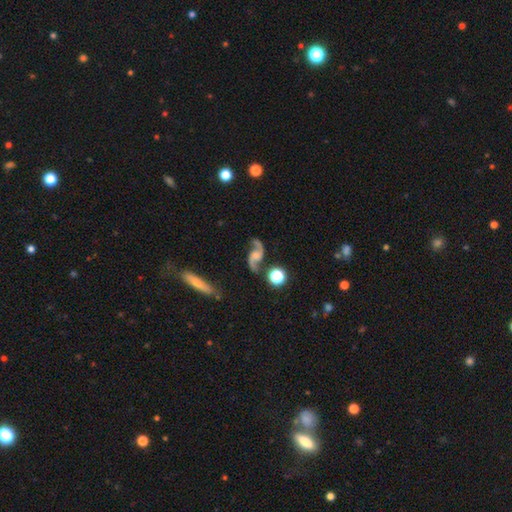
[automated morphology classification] Smooth or featured?
  - featured or disk: 89% *
  - star or artifact: 6%
  - smooth: 5%
Edge-on disk?
  - no: 96% *
  - yes: 4%
Bar?
  - no: 58% *
  - weak: 34%
  - strong: 8%
Spiral arms?
  - yes: 97% *
  - no: 3%
Spiral winding?
  - loose: 73% *
  - medium: 23%
  - tight: 4%
Spiral arm count?
  - 2: 94% *
  - can't tell: 1%
  - 1: 1%
  - 3: 1%
  - 4: 1%
  - more than 4: 1%
Bulge size?
  - none: 29% * (tied)
  - moderate: 29% * (tied)
  - small: 29% * (tied)
  - large: 10%
  - dominant: 2%
Merging?
  - none: 74% *
  - minor disturbance: 14%
  - major disturbance: 6%
  - merger: 5%